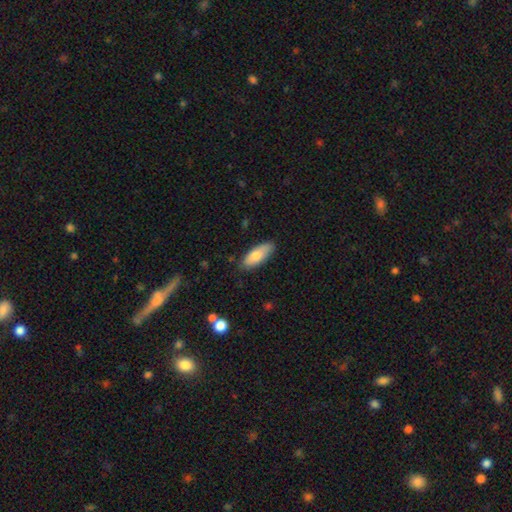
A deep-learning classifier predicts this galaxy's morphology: Smooth or featured? smooth (76%)
How rounded? in between (77%)
Merging? none (80%)